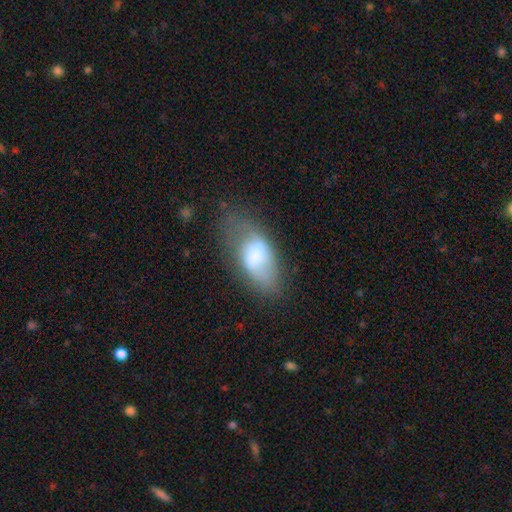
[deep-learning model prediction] smooth_or_featured: smooth (p=0.56) [alt: featured or disk p=0.36]
how_rounded: in between (p=0.90) [alt: cigar-shaped p=0.06]
merging: none (p=0.48) [alt: minor disturbance p=0.29]